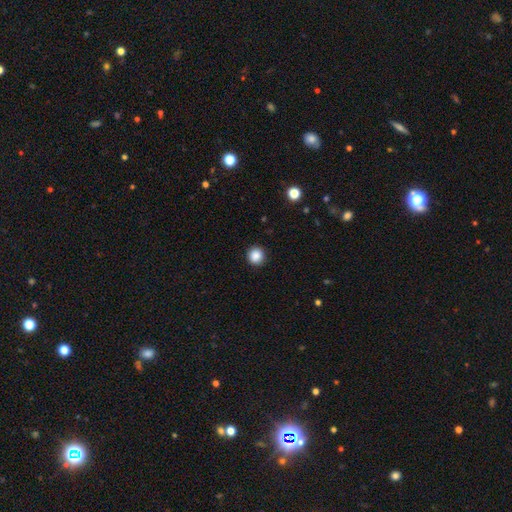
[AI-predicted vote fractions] smooth-or-featured: smooth: 87% | star or artifact: 10% | featured or disk: 3%
  how-rounded: round: 93% | in between: 6% | cigar-shaped: 1%
  merging: none: 92% | minor disturbance: 5% | major disturbance: 2% | merger: 1%